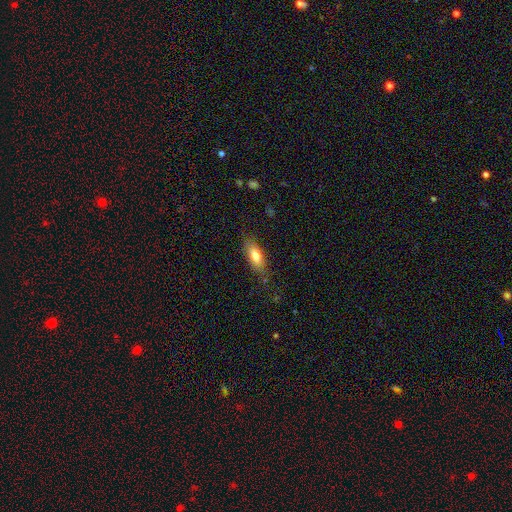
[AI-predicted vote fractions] Smooth or featured? smooth (77%)
How rounded? in between (78%)
Merging? none (79%)